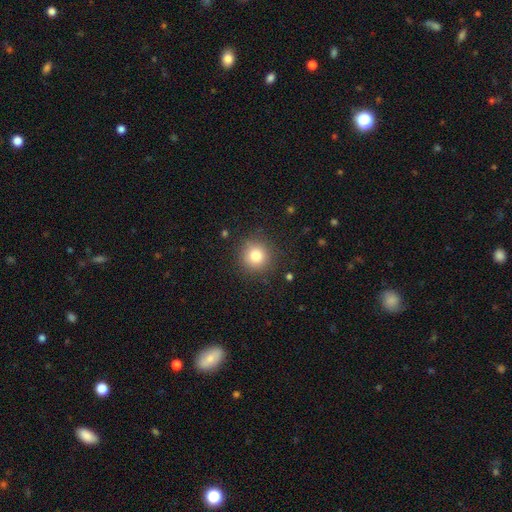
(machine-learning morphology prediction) Smooth or featured? smooth (81%)
How rounded? round (93%)
Merging? none (89%)